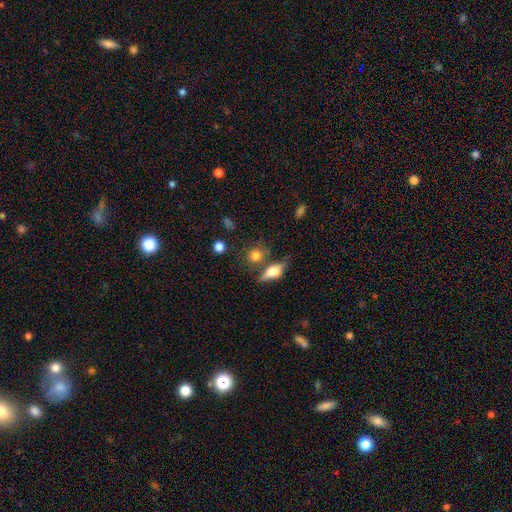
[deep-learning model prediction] The model was most divided on "how rounded": round: 67%, in between: 28%, cigar-shaped: 5%. More confident: smooth or featured — smooth (79%); merging — none (63%).